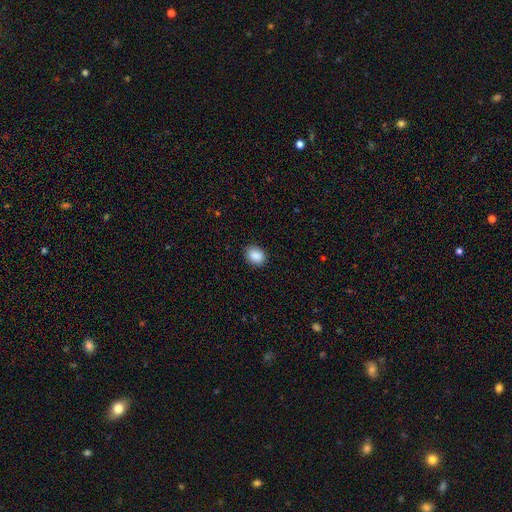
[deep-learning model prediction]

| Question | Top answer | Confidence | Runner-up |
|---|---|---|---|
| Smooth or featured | smooth | 89% | star or artifact (8%) |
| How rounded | in between | 54% | round (45%) |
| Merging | none | 88% | minor disturbance (9%) |